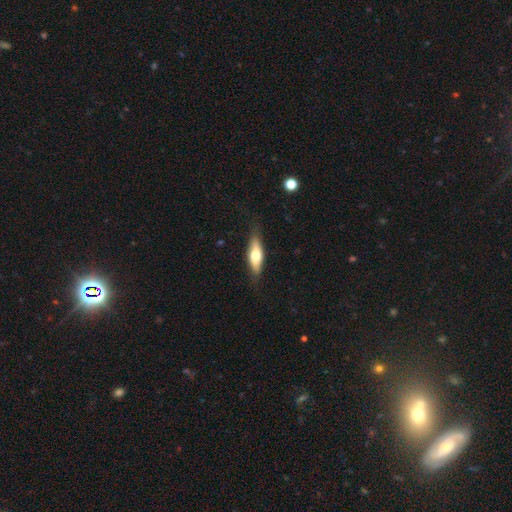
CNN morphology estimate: Q: Smooth or featured?
A: smooth (60%); runner-up: featured or disk (34%)
Q: How rounded?
A: in between (54%); runner-up: cigar-shaped (44%)
Q: Merging?
A: none (80%); runner-up: minor disturbance (15%)